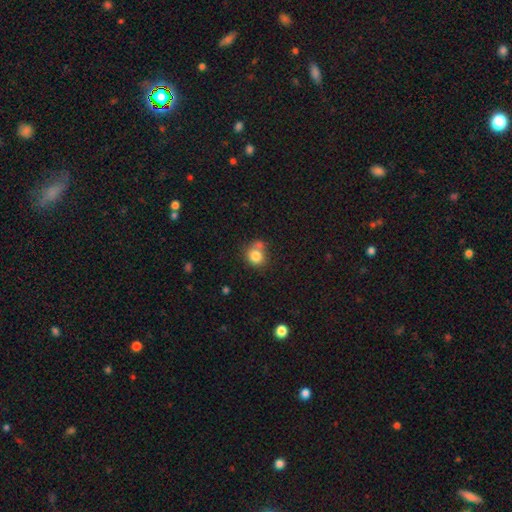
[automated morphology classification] Overall: smooth (81%). How rounded: round (77%). Merging: none (51%; merger 26%).